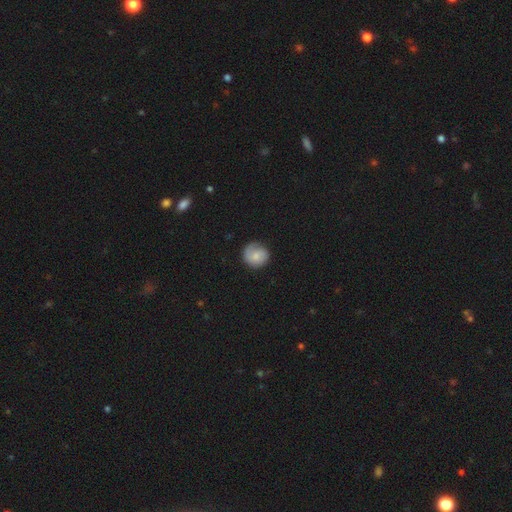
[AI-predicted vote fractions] Overall: smooth (58%; featured or disk 35%). How rounded: round (87%). Merging: none (74%).